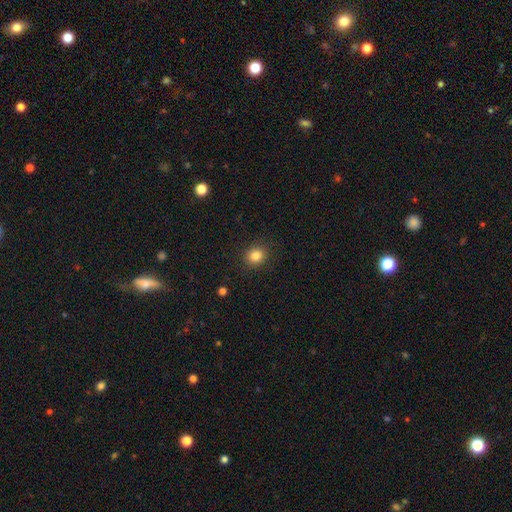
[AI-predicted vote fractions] The model was most divided on "how rounded": round: 77%, in between: 22%, cigar-shaped: 1%. More confident: merging — none (89%); smooth or featured — smooth (84%).